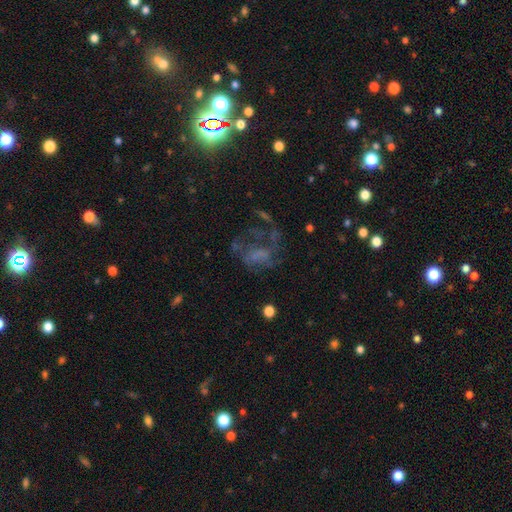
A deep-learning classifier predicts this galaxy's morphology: This is possibly a featured or disk galaxy (51%). It is clearly not viewed edge-on (97%). Merging: possibly major disturbance (46%).